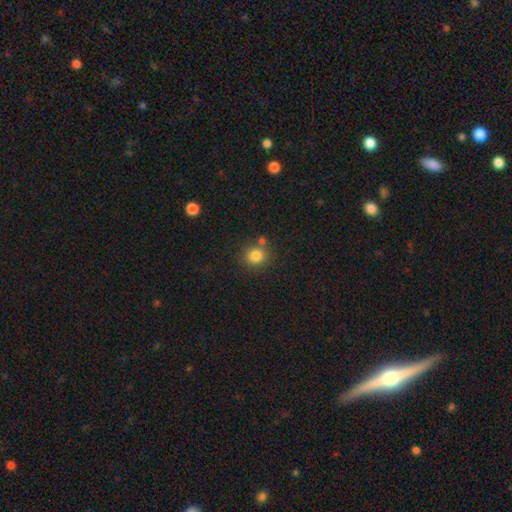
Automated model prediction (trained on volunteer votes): A smooth galaxy with no disk features (83%) that is round (88%).

Vote fractions:
- Smooth or featured? smooth: 83% / star or artifact: 12% / featured or disk: 5%
- How rounded? round: 88% / in between: 12% / cigar-shaped: 1%
- Merging? none: 75% / merger: 12% / minor disturbance: 10% / major disturbance: 3%